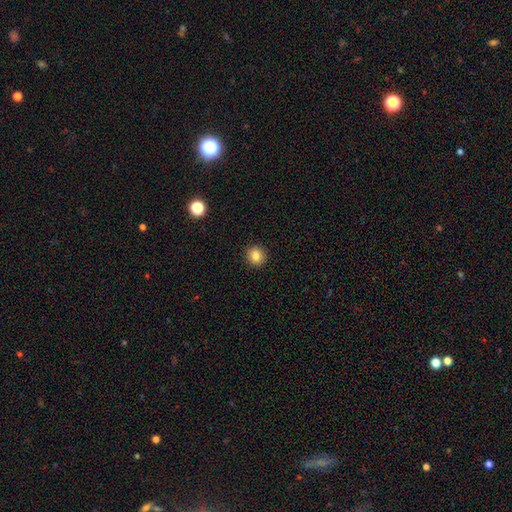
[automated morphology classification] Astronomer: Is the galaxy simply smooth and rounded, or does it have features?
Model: smooth — 83%.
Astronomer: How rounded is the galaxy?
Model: round — 91%.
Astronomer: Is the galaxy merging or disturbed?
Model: none — 92%.